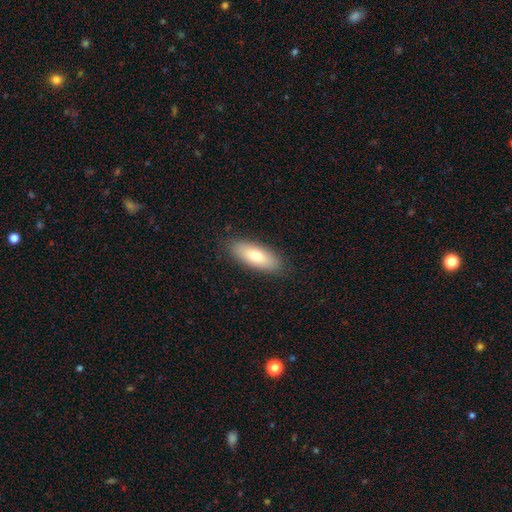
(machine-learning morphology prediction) This is likely a smooth galaxy (73%). How rounded: likely in between (71%). Merging: clearly none (88%).